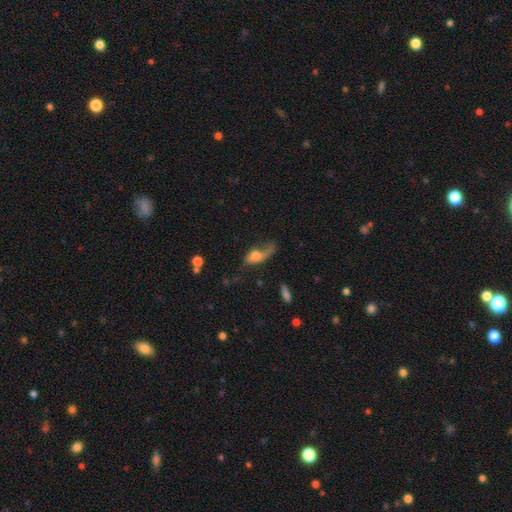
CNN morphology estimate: The model was most divided on "smooth or featured": smooth: 52%, featured or disk: 38%, star or artifact: 10%. Remaining: how rounded — in between (72%); merging — major disturbance (44%).